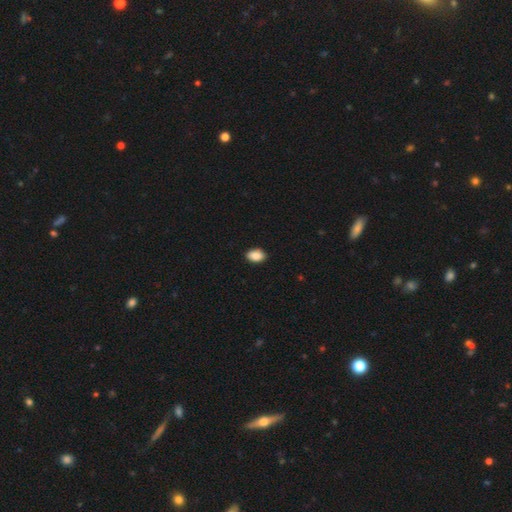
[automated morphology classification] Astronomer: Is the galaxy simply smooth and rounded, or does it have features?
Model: smooth — 90%.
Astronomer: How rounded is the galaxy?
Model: in between — 89%.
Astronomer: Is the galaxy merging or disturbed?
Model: none — 90%.